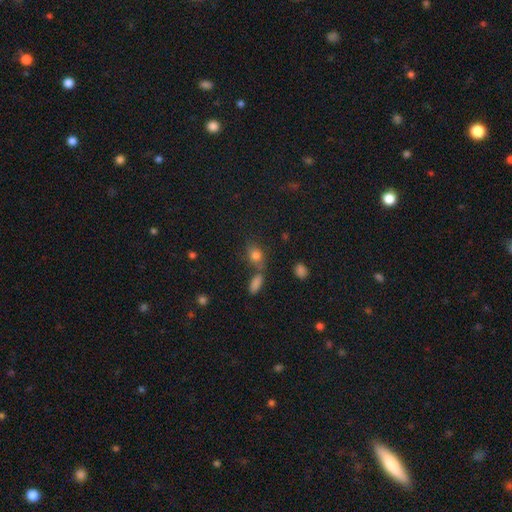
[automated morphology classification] smooth-or-featured: smooth: 78% | star or artifact: 14% | featured or disk: 9%
  how-rounded: in between: 55% | round: 41% | cigar-shaped: 4%
  merging: none: 57% | merger: 24% | minor disturbance: 14% | major disturbance: 6%